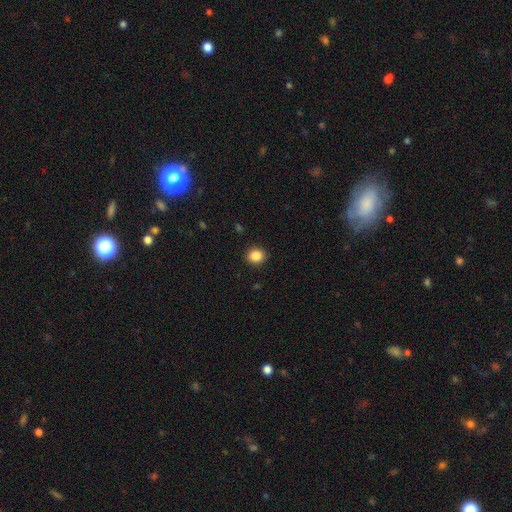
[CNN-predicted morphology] A smooth galaxy with no disk features (86%) that is round (83%). Merging: none (91%).